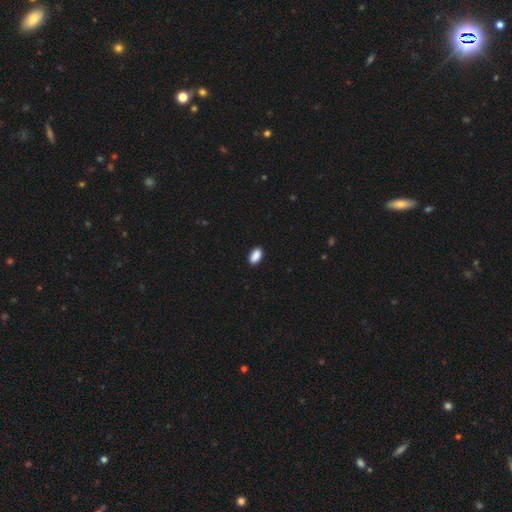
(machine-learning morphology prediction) This appears to be a smooth galaxy with no disk features (90%) that is in between round and cigar-shaped (94%). Merging: none (89%).